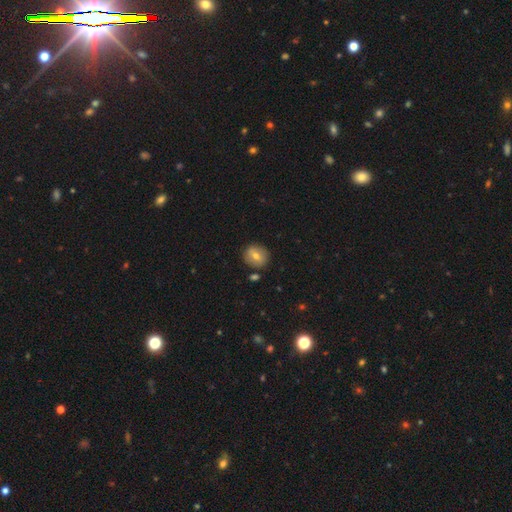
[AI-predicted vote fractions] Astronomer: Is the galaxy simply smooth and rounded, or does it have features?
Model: smooth — 67%.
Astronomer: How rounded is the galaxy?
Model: round — 83%.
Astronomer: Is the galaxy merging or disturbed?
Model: none — 85%.